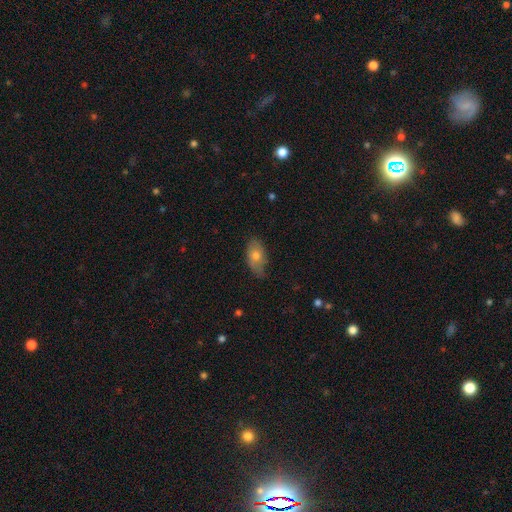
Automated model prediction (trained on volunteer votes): Smooth or featured?
  - smooth: 66% *
  - featured or disk: 26%
  - star or artifact: 8%
How rounded?
  - in between: 90% *
  - round: 6%
  - cigar-shaped: 4%
Merging?
  - none: 66% *
  - minor disturbance: 28%
  - major disturbance: 5%
  - merger: 1%